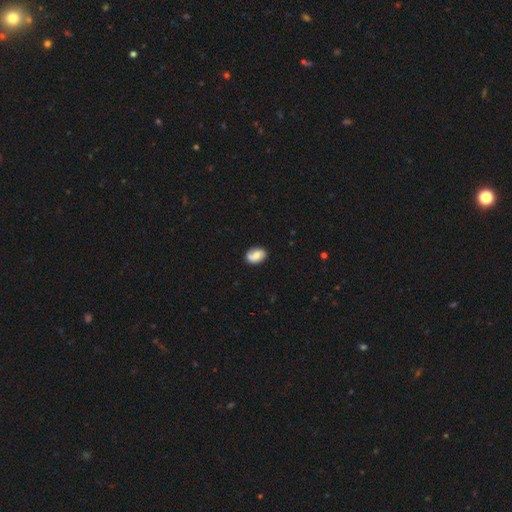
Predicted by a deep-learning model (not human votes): Q: Smooth or featured?
A: smooth (52%); runner-up: featured or disk (40%)
Q: How rounded?
A: in between (76%); runner-up: round (23%)
Q: Merging?
A: none (75%); runner-up: minor disturbance (17%)